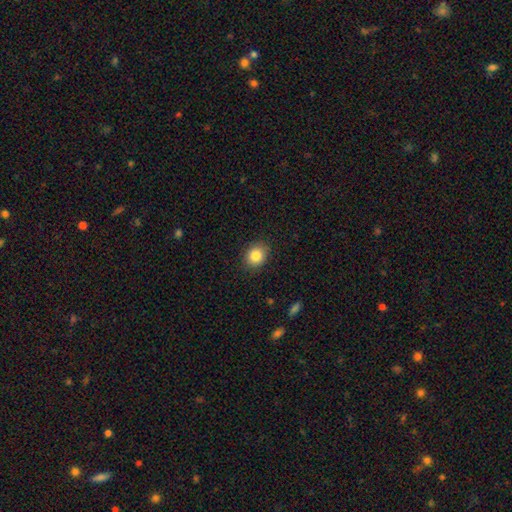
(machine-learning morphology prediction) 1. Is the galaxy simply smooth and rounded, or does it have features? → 84% smooth, 10% star or artifact, 6% featured or disk.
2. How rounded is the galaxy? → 69% round, 30% in between, 1% cigar-shaped.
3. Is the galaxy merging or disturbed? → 88% none, 9% minor disturbance, 2% major disturbance, 1% merger.